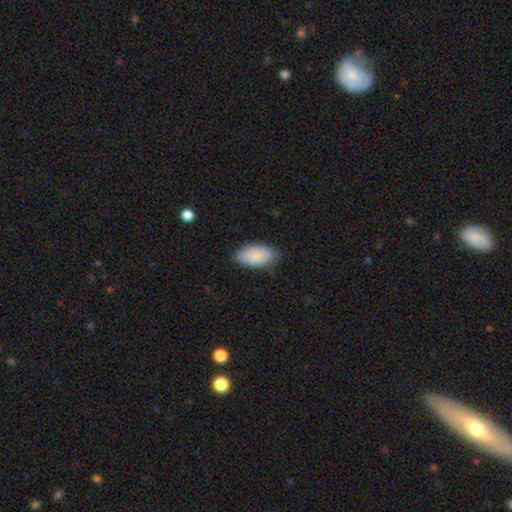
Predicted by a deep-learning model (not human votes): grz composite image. It shows a smooth galaxy with no disk features (88%) that is in between round and cigar-shaped (95%). Merging: none (81%).